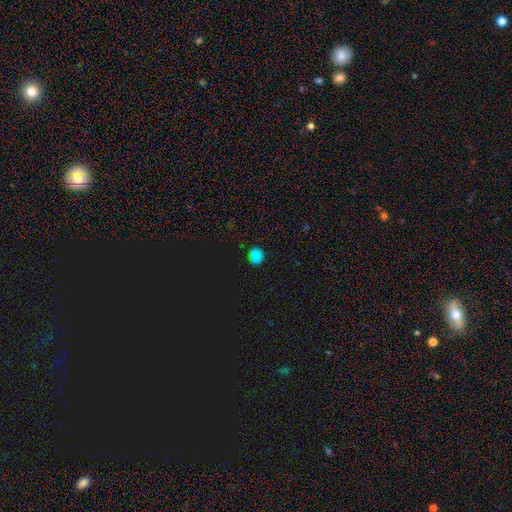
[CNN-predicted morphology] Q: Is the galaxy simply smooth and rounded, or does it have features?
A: smooth — 70%.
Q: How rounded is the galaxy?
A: round — 65%.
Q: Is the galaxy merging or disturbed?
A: none — 84%.